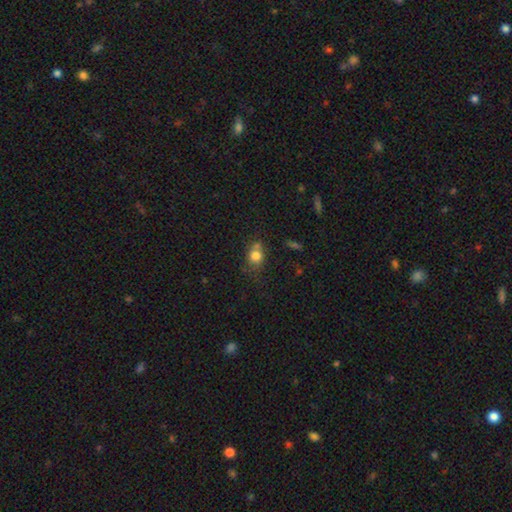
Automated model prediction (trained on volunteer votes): Smooth or featured? smooth (78%)
How rounded? round (72%)
Merging? none (52%)